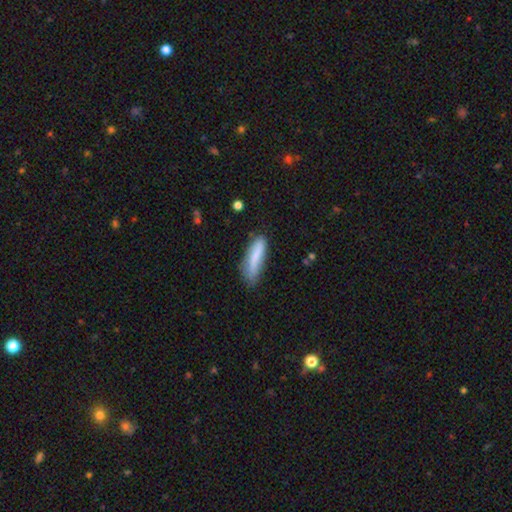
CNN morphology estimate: Q: Smooth or featured?
A: smooth (79%); runner-up: featured or disk (15%)
Q: How rounded?
A: cigar-shaped (65%); runner-up: in between (34%)
Q: Merging?
A: none (63%); runner-up: minor disturbance (28%)